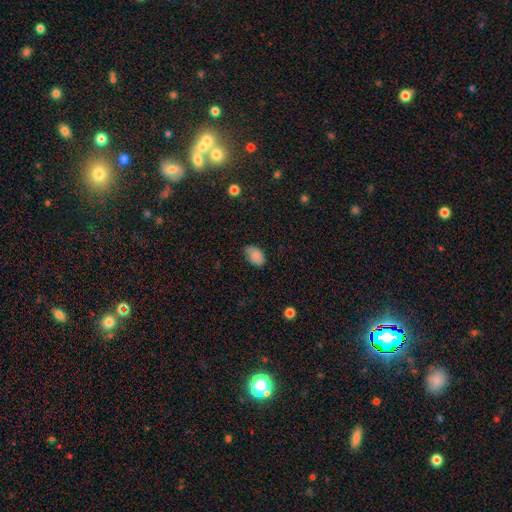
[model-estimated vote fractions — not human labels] A smooth galaxy with no disk features (84%) that is in between round and cigar-shaped (90%). Merging: none (70%).